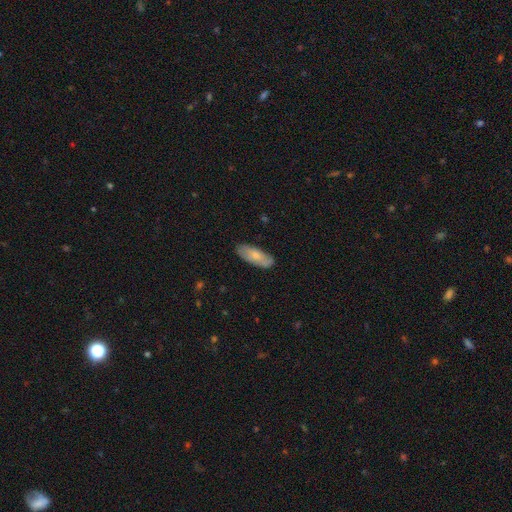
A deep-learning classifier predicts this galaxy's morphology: smooth_or_featured: smooth (p=0.71) [alt: featured or disk p=0.23]
how_rounded: in between (p=0.78) [alt: cigar-shaped p=0.20]
merging: none (p=0.81) [alt: minor disturbance p=0.15]